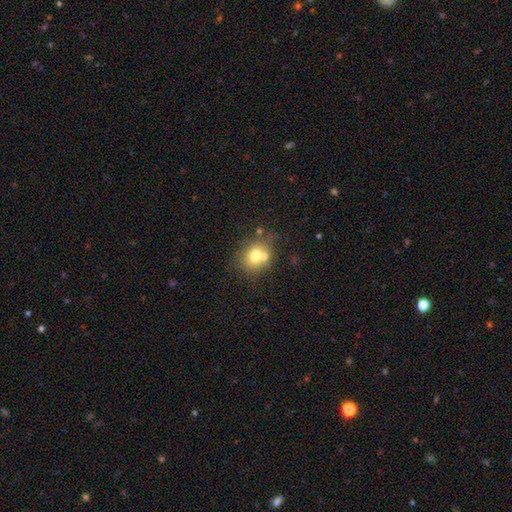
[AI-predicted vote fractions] smooth_or_featured: smooth (p=0.70) [alt: featured or disk p=0.18]
how_rounded: round (p=0.63) [alt: in between p=0.36]
merging: none (p=0.52) [alt: merger p=0.31]